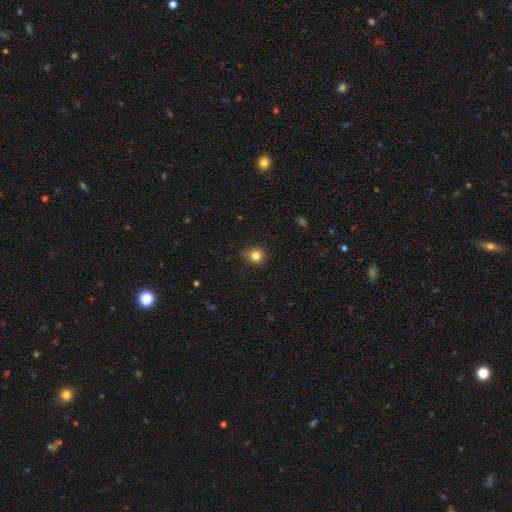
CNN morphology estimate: Overall: smooth (83%). How rounded: round (83%). Merging: none (84%).